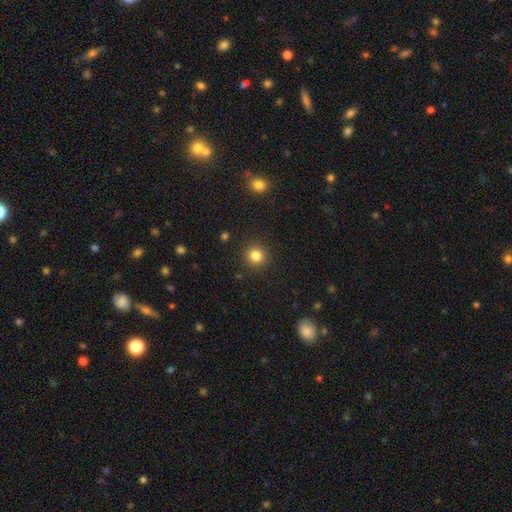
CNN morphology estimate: A smooth galaxy with no disk features (83%) that is round (91%). Merging: none (90%).